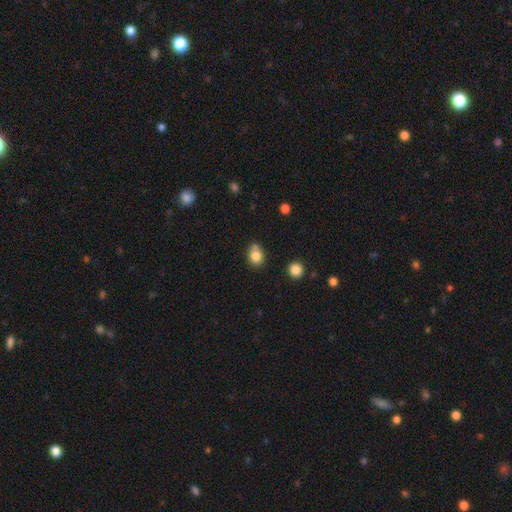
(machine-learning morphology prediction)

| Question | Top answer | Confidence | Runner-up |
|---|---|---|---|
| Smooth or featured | smooth | 82% | star or artifact (11%) |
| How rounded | round | 54% | in between (45%) |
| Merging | none | 58% | minor disturbance (22%) |